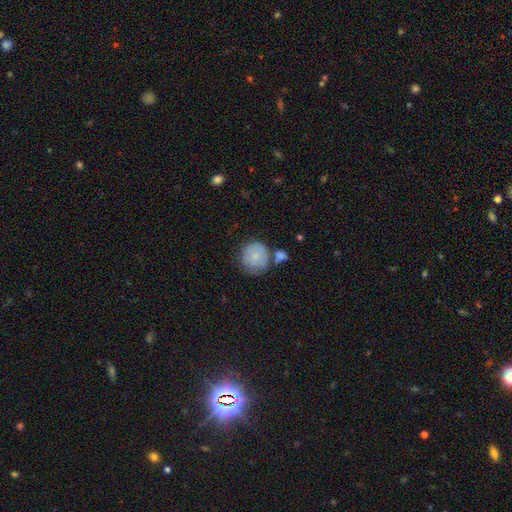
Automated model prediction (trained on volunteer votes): Smooth or featured? smooth (75%)
How rounded? round (88%)
Merging? none (50%)